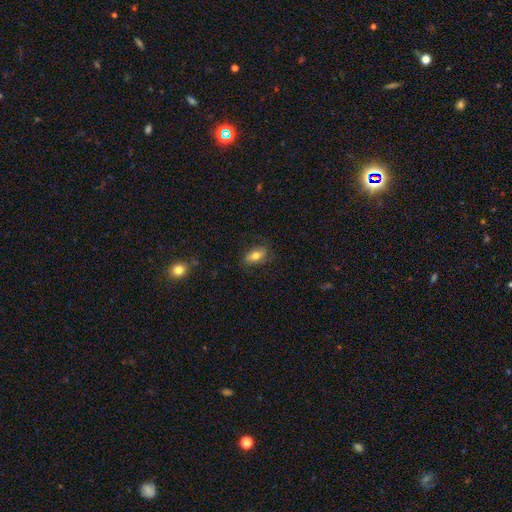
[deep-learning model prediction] Smooth or featured? smooth (68%)
How rounded? in between (84%)
Merging? none (77%)